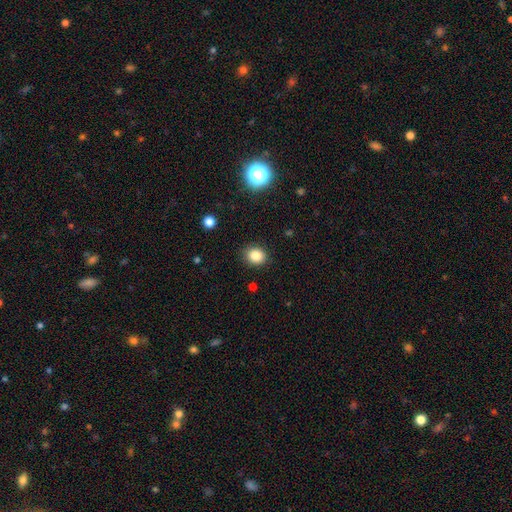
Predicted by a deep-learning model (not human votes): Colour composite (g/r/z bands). It shows a smooth galaxy with no disk features (84%) that is round (69%). Merging: none (88%).